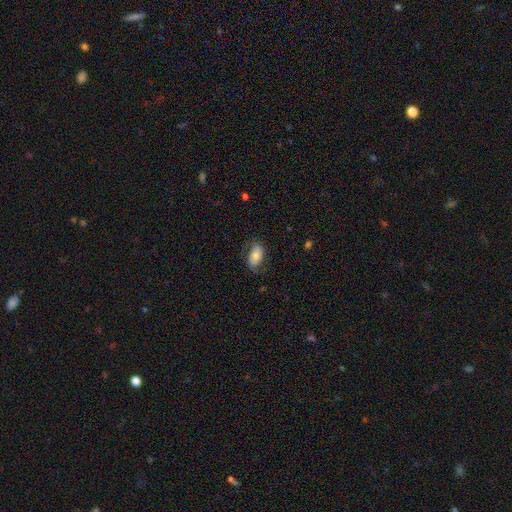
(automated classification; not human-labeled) Smooth or featured?
  - smooth: 60% *
  - featured or disk: 32%
  - star or artifact: 8%
How rounded?
  - in between: 91% *
  - round: 6%
  - cigar-shaped: 3%
Merging?
  - none: 66% *
  - minor disturbance: 22%
  - major disturbance: 10%
  - merger: 1%